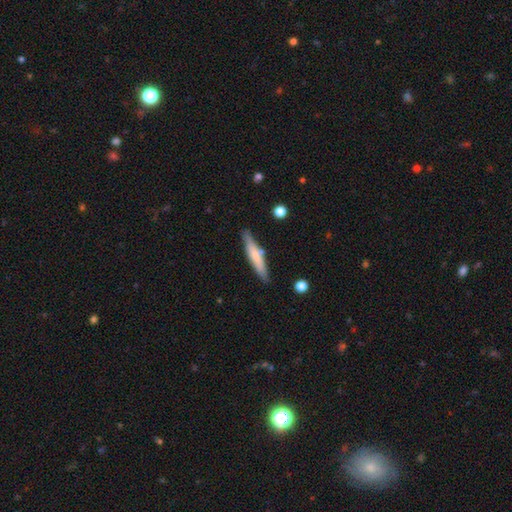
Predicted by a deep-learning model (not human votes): A smooth galaxy with no disk features (61%) that is cigar-shaped (89%). Merging: none (81%).